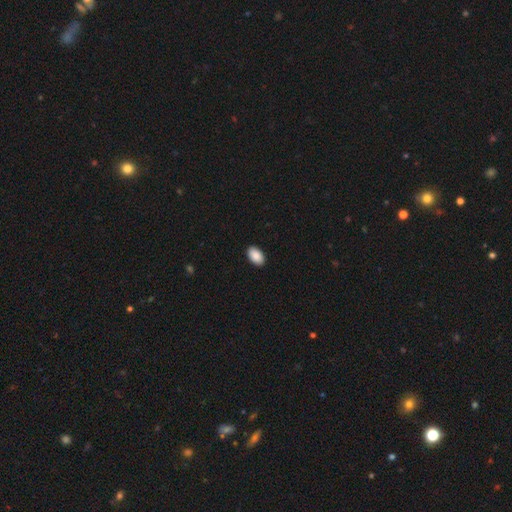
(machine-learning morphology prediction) The model was most divided on "smooth or featured": smooth: 90%, star or artifact: 7%, featured or disk: 3%. More confident: how rounded — in between (93%); merging — none (91%).